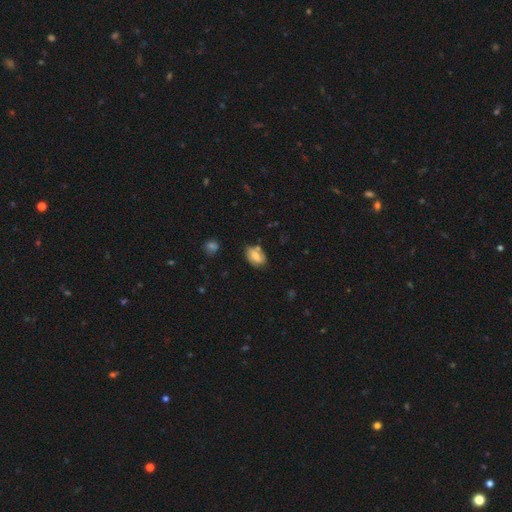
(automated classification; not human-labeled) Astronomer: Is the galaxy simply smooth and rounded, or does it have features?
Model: smooth — 63%.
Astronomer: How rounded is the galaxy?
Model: in between — 85%.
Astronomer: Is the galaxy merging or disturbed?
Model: none — 70%.